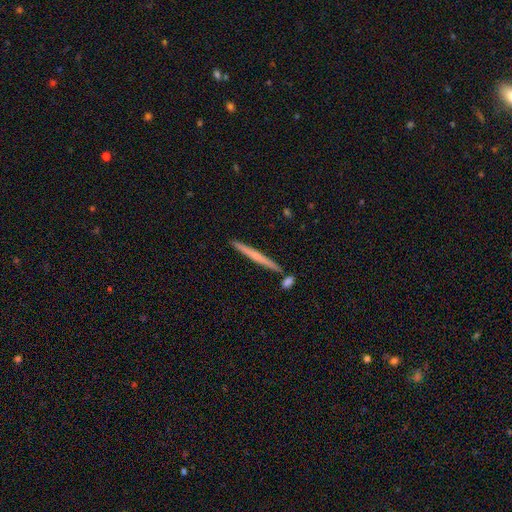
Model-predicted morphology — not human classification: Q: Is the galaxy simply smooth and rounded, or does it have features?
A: smooth — 49%.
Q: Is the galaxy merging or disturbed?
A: none — 86%.